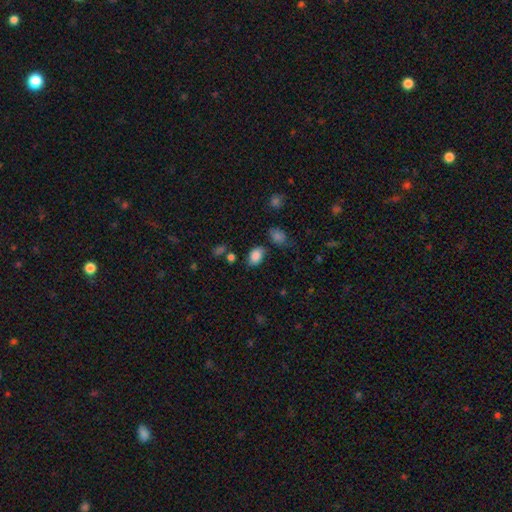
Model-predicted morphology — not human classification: Smooth or featured?
  - smooth: 85% *
  - star or artifact: 9%
  - featured or disk: 6%
How rounded?
  - in between: 84% *
  - round: 15%
  - cigar-shaped: 1%
Merging?
  - none: 72% *
  - minor disturbance: 18%
  - merger: 6%
  - major disturbance: 5%